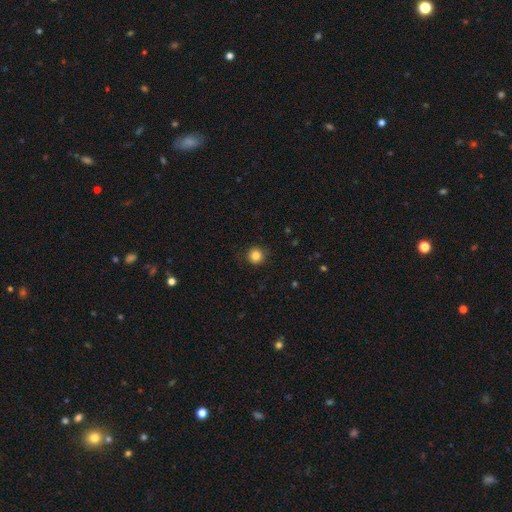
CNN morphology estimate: smooth_or_featured: smooth (p=0.84) [alt: star or artifact p=0.11]
how_rounded: round (p=0.94) [alt: in between p=0.05]
merging: none (p=0.89) [alt: minor disturbance p=0.08]